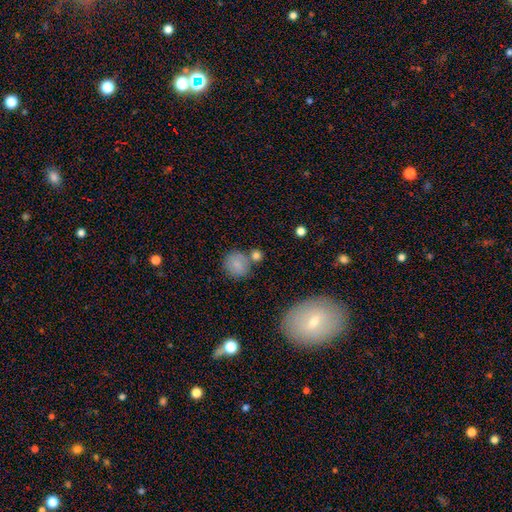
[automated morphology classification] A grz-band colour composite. It shows a smooth galaxy with no disk features (80%) that is round (84%). Merging: none (62%).